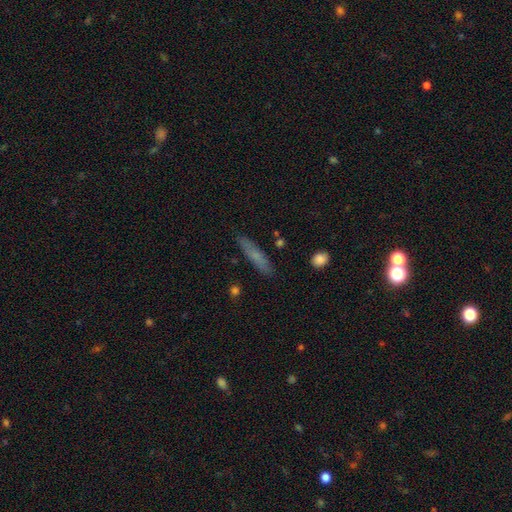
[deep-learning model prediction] smooth_or_featured: smooth (p=0.65) [alt: featured or disk p=0.27]
how_rounded: cigar-shaped (p=0.86) [alt: in between p=0.12]
merging: none (p=0.86) [alt: minor disturbance p=0.10]